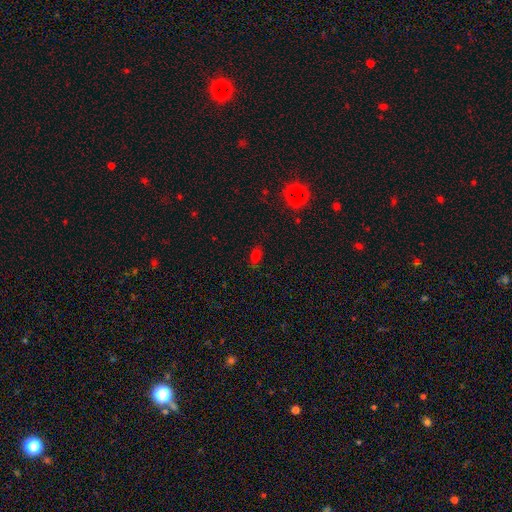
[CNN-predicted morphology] This is likely a smooth galaxy (66%). How rounded: clearly in between (81%). Merging: clearly none (82%).